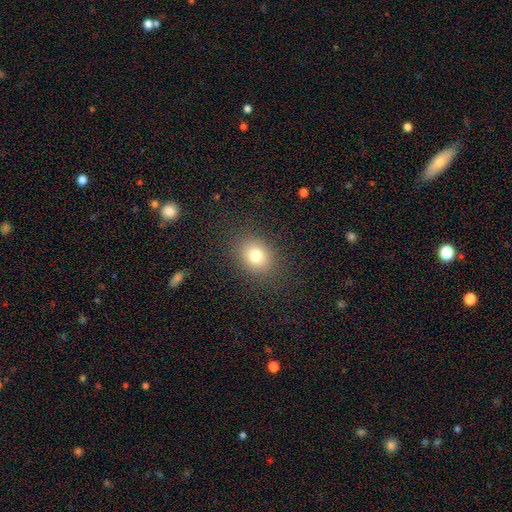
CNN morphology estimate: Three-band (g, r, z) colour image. It shows a smooth galaxy with no disk features (78%) that is round (52%). Merging: none (86%).